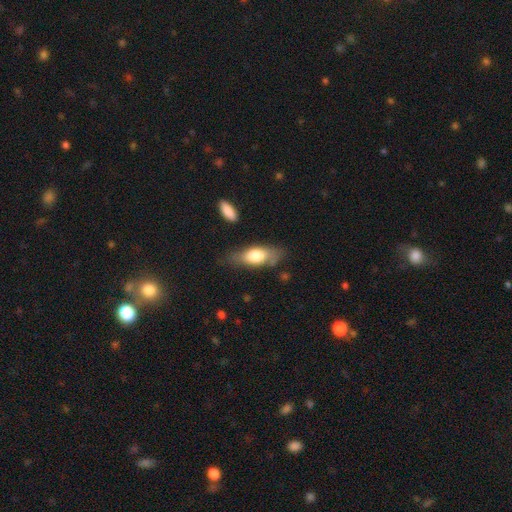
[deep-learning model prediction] Overall: smooth (70%). How rounded: in between (77%). Merging: none (65%).